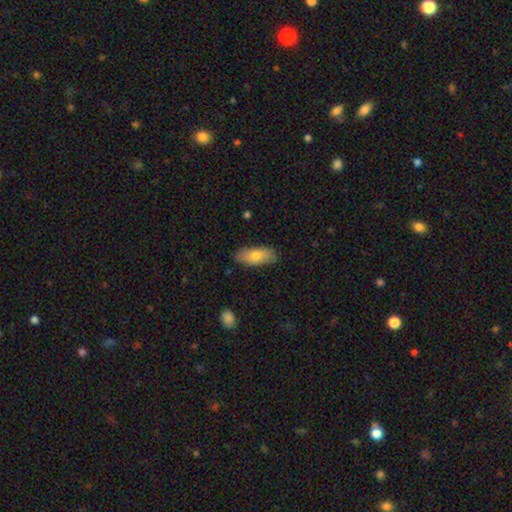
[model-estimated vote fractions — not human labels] A smooth galaxy with no disk features (74%) that is in between round and cigar-shaped (84%). Merging: none (82%).